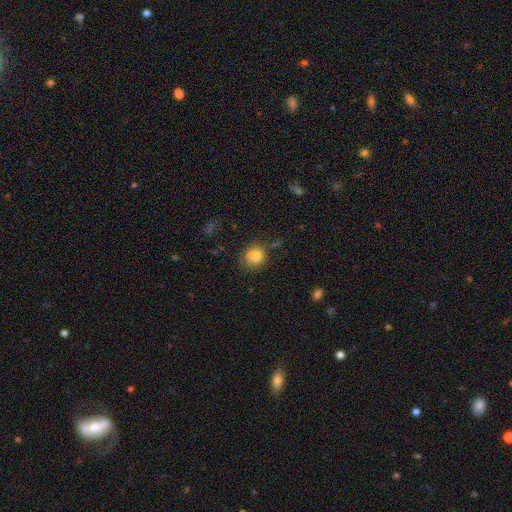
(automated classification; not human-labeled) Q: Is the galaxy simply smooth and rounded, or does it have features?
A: smooth — 79%.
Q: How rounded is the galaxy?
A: round — 77%.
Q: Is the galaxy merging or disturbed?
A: none — 68%.